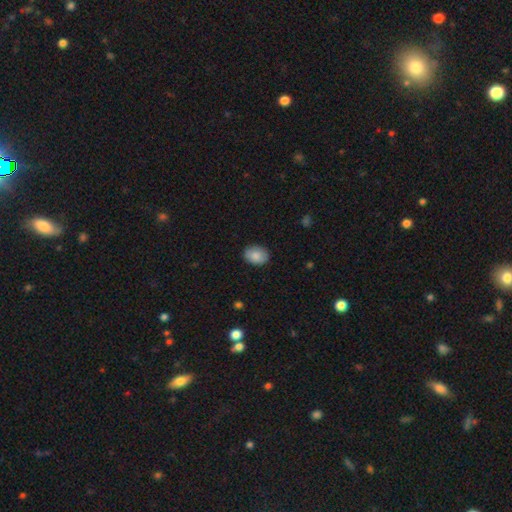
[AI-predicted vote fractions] Morphology: type=smooth (86%); roundness=in between (70%); merging=none (87%).